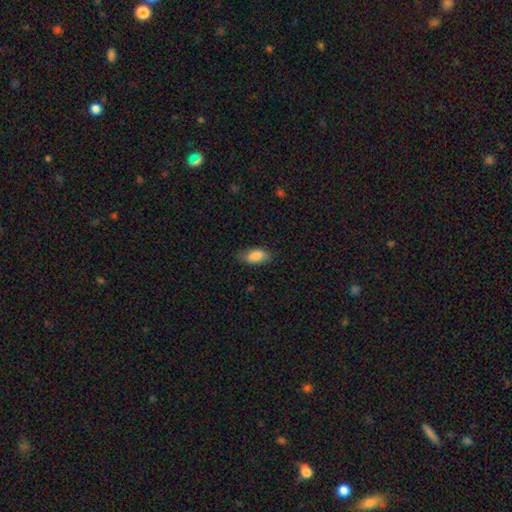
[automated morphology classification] smooth 86%, featured or disk 7%, star or artifact 7%. Down the decision tree: how rounded — in between (90%); merging — none (74%).